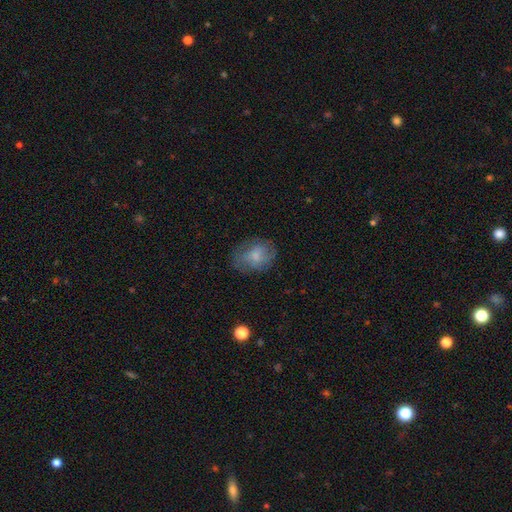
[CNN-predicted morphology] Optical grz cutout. It shows a smooth galaxy with no disk features (65%) that is in between round and cigar-shaped (66%). Merging: none (63%).